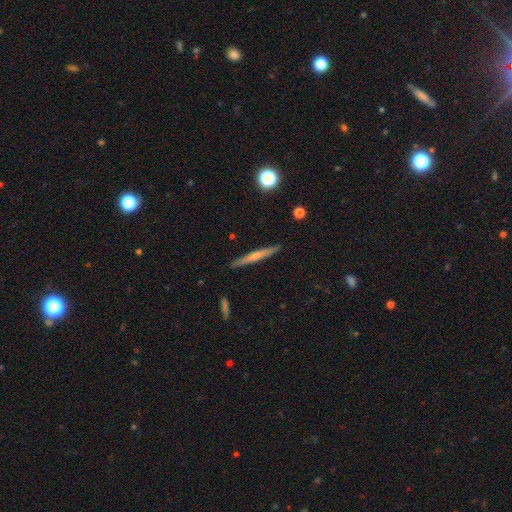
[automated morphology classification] This appears to be a smooth galaxy with no disk features (47%, tied with featured or disk). Merging: none (90%).